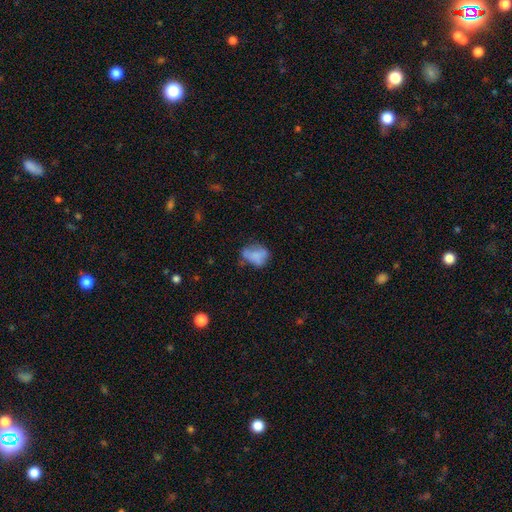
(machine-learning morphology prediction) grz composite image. It shows a smooth galaxy with no disk features (63%) that is in between round and cigar-shaped (69%). Merging: none (42%).